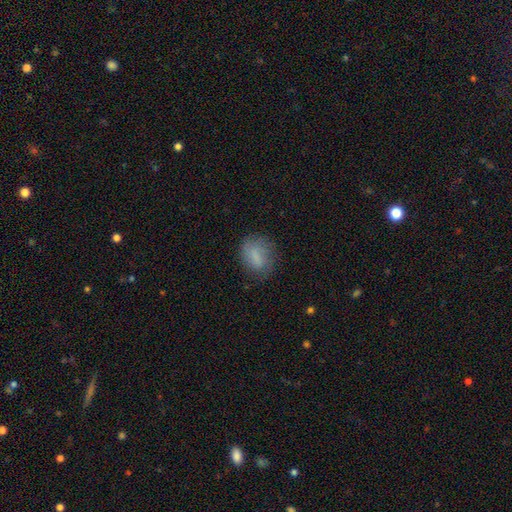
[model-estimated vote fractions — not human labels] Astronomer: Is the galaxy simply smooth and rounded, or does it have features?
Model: smooth — 75%.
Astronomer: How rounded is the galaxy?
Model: in between — 60% (runner-up: round, 37%).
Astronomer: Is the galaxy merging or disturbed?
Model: none — 65%.